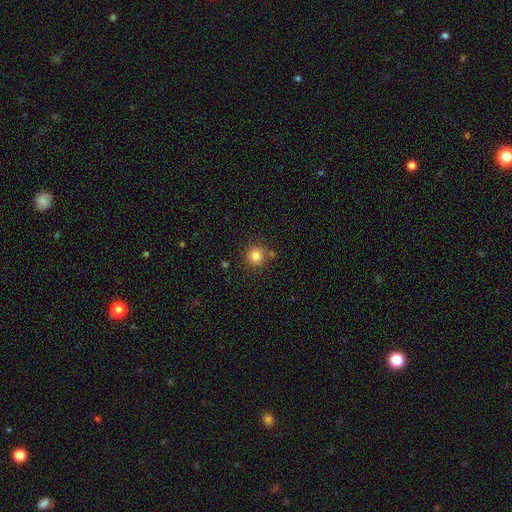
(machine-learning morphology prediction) Overall: smooth (83%). How rounded: round (93%). Merging: none (81%).